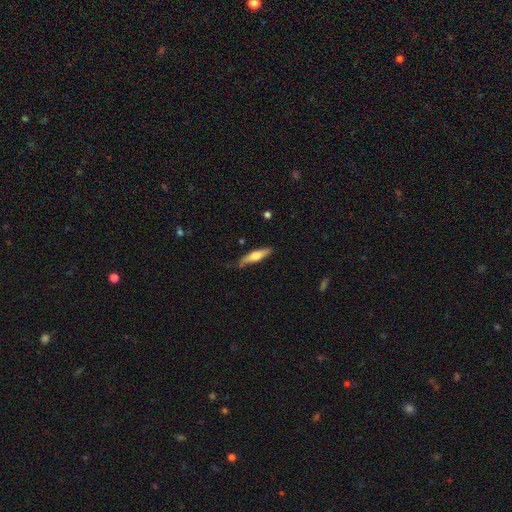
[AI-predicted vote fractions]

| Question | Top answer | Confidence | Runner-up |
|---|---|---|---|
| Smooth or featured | smooth | 56% | featured or disk (39%) |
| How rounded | cigar-shaped | 75% | in between (23%) |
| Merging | none | 76% | minor disturbance (19%) |